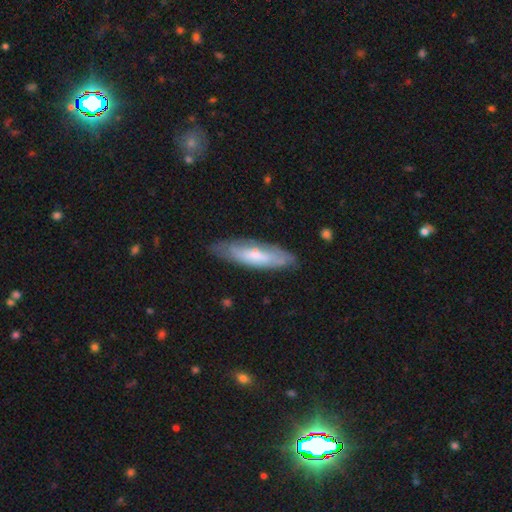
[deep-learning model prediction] Overall: smooth (55%; featured or disk 39%). How rounded: cigar-shaped (61%; in between 37%). Merging: none (75%).